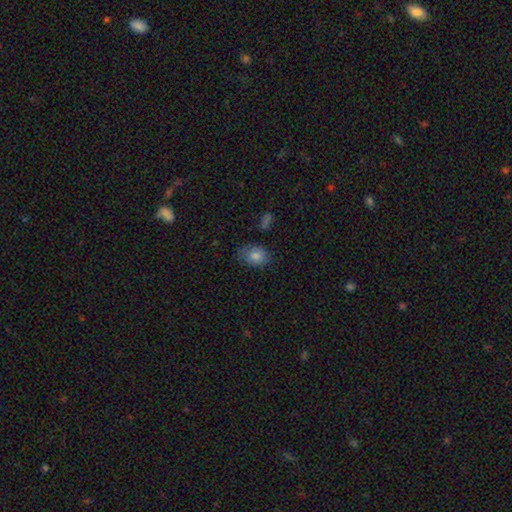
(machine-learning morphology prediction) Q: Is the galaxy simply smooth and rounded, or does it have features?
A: smooth — 81%.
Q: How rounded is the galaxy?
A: in between — 59%.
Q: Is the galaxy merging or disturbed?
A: none — 70%.